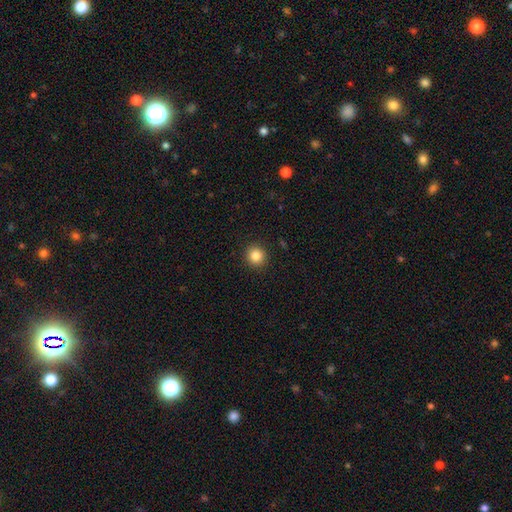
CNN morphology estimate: Q: Smooth or featured?
A: smooth (85%); runner-up: star or artifact (11%)
Q: How rounded?
A: round (92%); runner-up: in between (7%)
Q: Merging?
A: none (92%); runner-up: minor disturbance (5%)